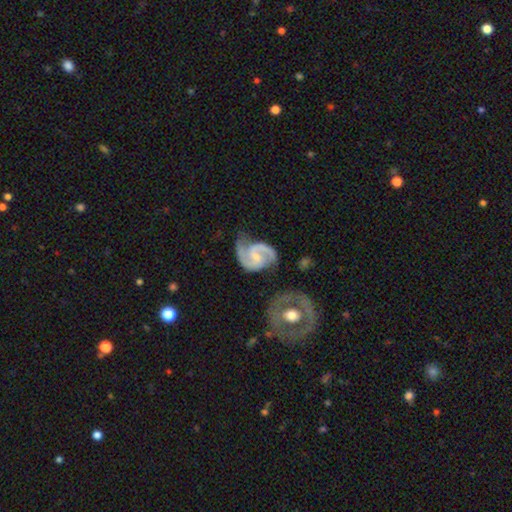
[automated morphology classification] smooth_or_featured: featured or disk (p=0.90) [alt: smooth p=0.06]
disk_edge_on: no (p=0.98) [alt: yes p=0.02]
bar: weak (p=0.50) [alt: no p=0.34]
has_spiral_arms: yes (p=0.97) [alt: no p=0.03]
spiral_winding: medium (p=0.58) [alt: tight p=0.22]
spiral_arm_count: 2 (p=0.91) [alt: 1 p=0.03]
bulge_size: small (p=0.62) [alt: moderate p=0.26]
merging: none (p=0.58) [alt: minor disturbance p=0.25]